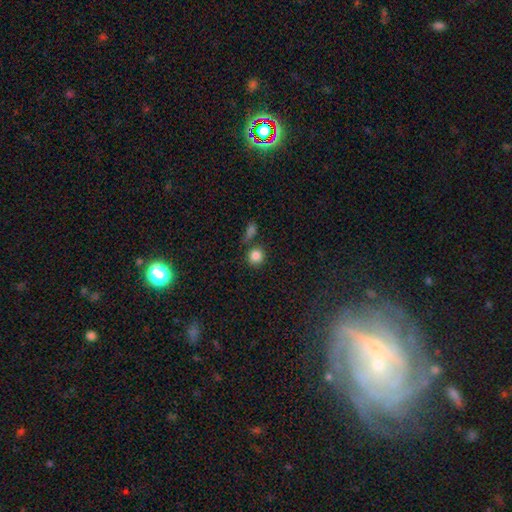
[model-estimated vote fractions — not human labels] Overall: smooth (84%). How rounded: round (91%). Merging: none (74%).